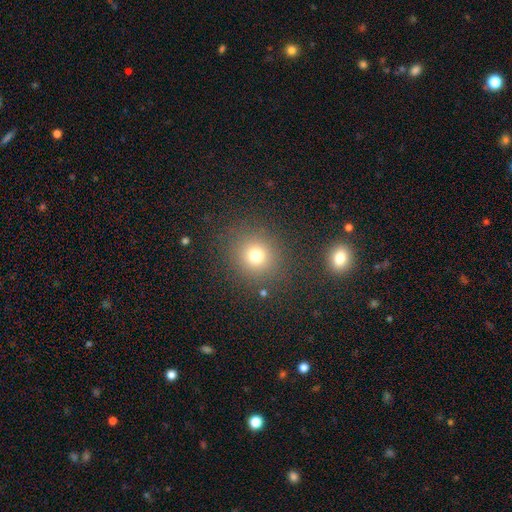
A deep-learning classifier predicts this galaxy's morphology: A smooth galaxy with no disk features (74%) that is round (88%). Merging: none (86%).